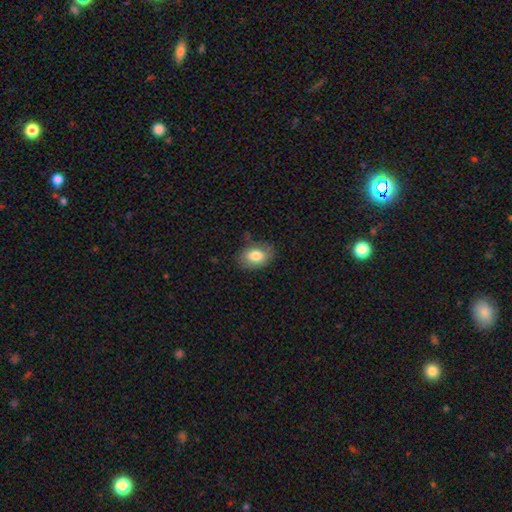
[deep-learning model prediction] Morphology: type=smooth (79%); roundness=in between (85%); merging=none (73%).